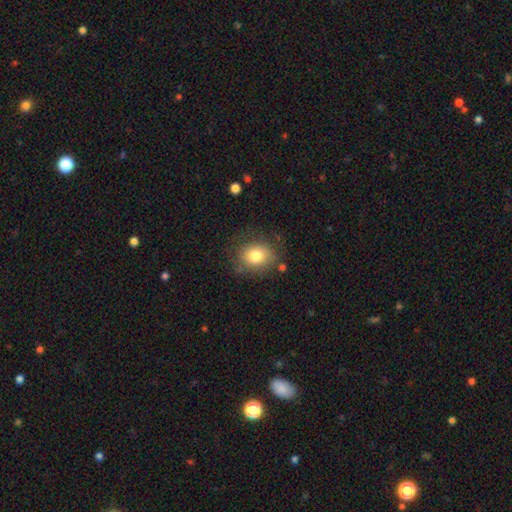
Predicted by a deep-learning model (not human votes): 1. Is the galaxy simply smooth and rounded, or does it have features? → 79% smooth, 11% featured or disk, 9% star or artifact.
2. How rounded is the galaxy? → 57% round, 42% in between, 1% cigar-shaped.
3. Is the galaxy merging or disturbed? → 76% none, 16% minor disturbance, 6% major disturbance, 3% merger.